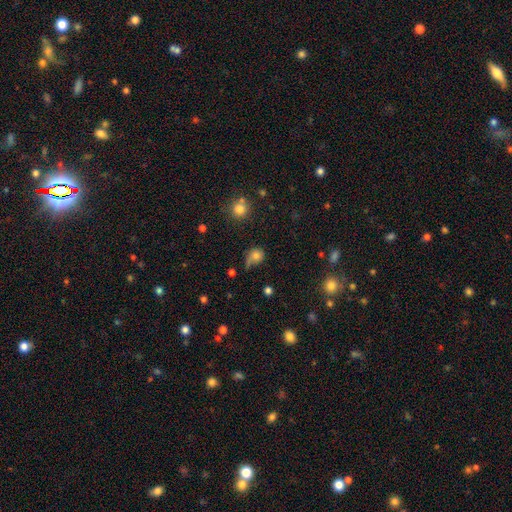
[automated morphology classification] Smooth or featured? smooth (72%)
How rounded? round (69%)
Merging? none (37%)